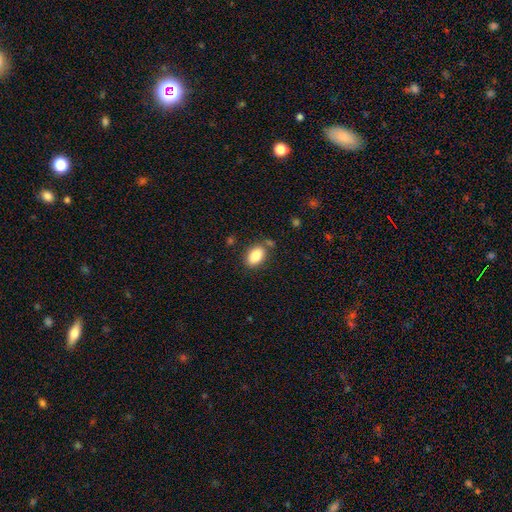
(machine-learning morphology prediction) smooth_or_featured: smooth (p=0.86) [alt: star or artifact p=0.07]
how_rounded: in between (p=0.89) [alt: round p=0.09]
merging: none (p=0.76) [alt: minor disturbance p=0.14]